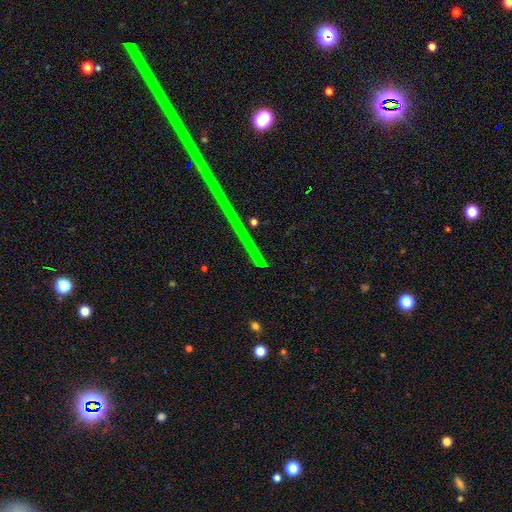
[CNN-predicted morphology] type=star or artifact (76%).